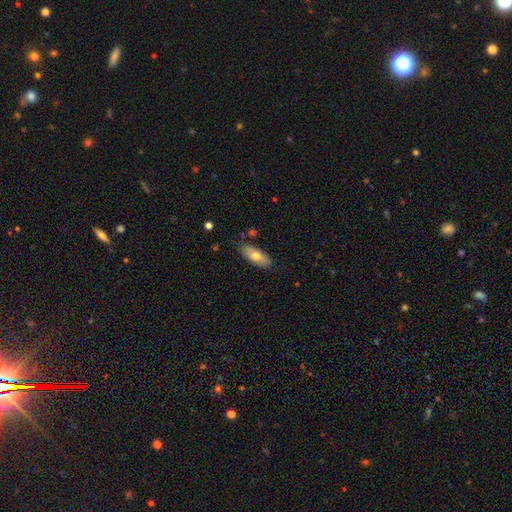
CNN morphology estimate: The model was most divided on "smooth or featured": smooth: 72%, featured or disk: 22%, star or artifact: 6%. More confident: merging — none (81%); how rounded — in between (80%).